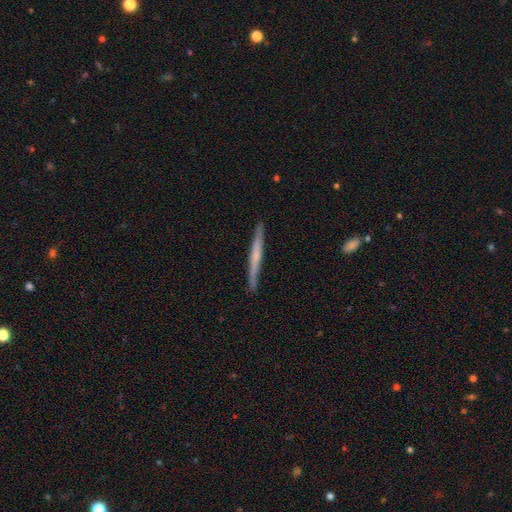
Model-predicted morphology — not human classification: smooth-or-featured: featured or disk: 53% | smooth: 41% | star or artifact: 6%
  disk-edge-on: yes: 97% | no: 3%
    edge-on-bulge: none: 63% | rounded: 29% | boxy: 8%
  merging: none: 90% | minor disturbance: 8% | major disturbance: 1% | merger: 1%